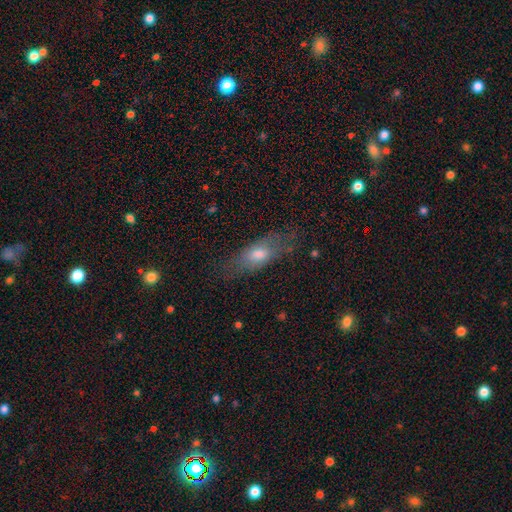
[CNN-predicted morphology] Smooth or featured? smooth (60%)
How rounded? in between (59%)
Merging? none (74%)